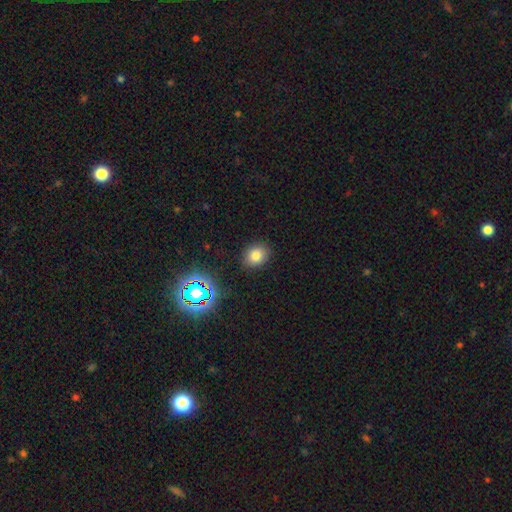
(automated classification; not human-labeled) This appears to be a smooth galaxy with no disk features (76%) that is round (50%). Merging: none (87%).